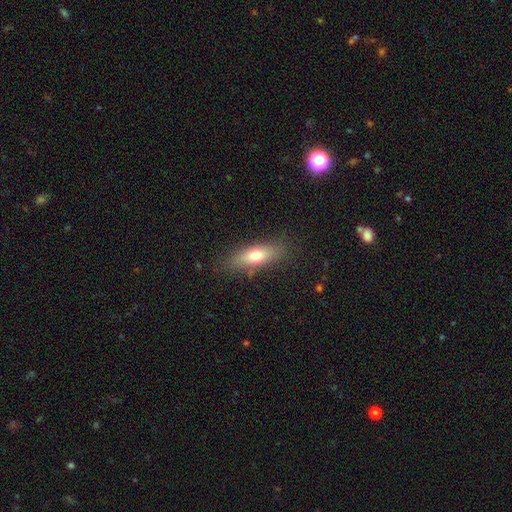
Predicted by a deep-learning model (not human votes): Morphology: type=smooth (68%); roundness=in between (60%); merging=none (82%).